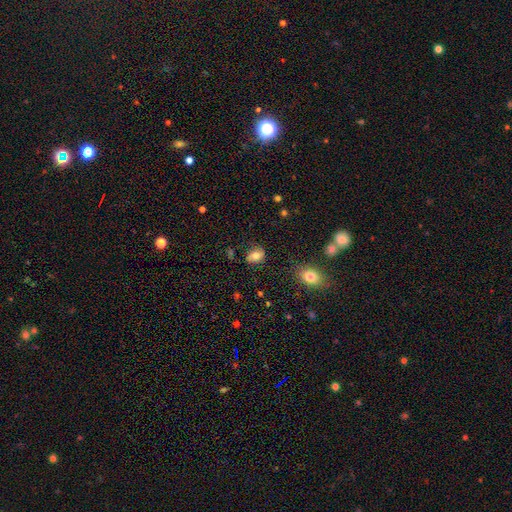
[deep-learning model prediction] smooth-or-featured: smooth: 74% | featured or disk: 16% | star or artifact: 10%
  how-rounded: in between: 64% | round: 35% | cigar-shaped: 2%
  merging: none: 78% | minor disturbance: 16% | major disturbance: 5% | merger: 2%